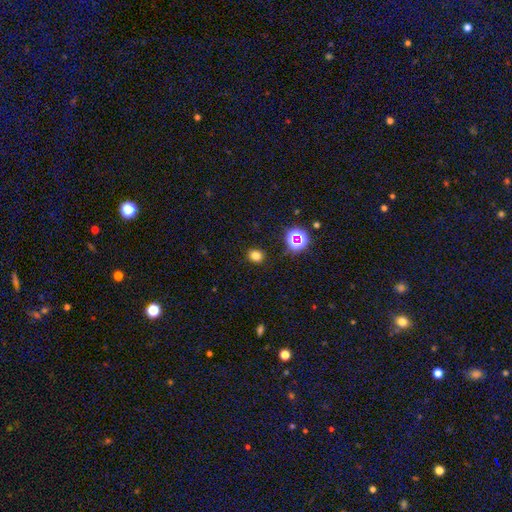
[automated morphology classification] A smooth galaxy with no disk features (76%) that is round (76%).

Vote fractions:
- Smooth or featured? smooth: 76% / star or artifact: 19% / featured or disk: 5%
- How rounded? round: 76% / in between: 23% / cigar-shaped: 1%
- Merging? none: 90% / minor disturbance: 7% / major disturbance: 2% / merger: 1%